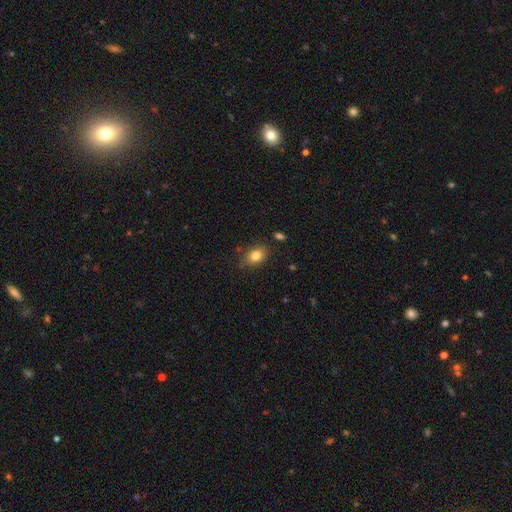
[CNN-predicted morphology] Overall: smooth (82%). How rounded: in between (72%). Merging: none (79%).